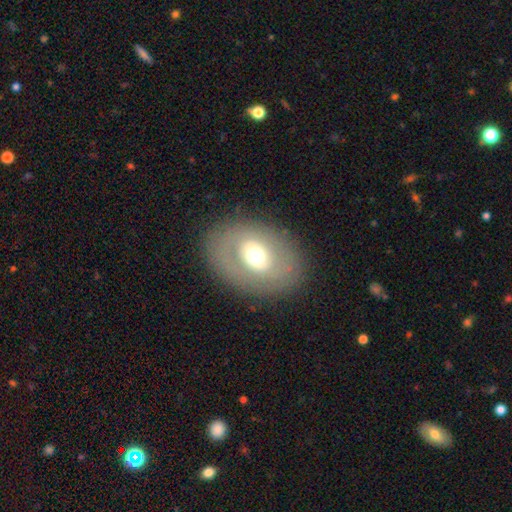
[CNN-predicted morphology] Q: Smooth or featured?
A: smooth (47%); runner-up: featured or disk (46%)
Q: Merging?
A: none (82%); runner-up: minor disturbance (11%)